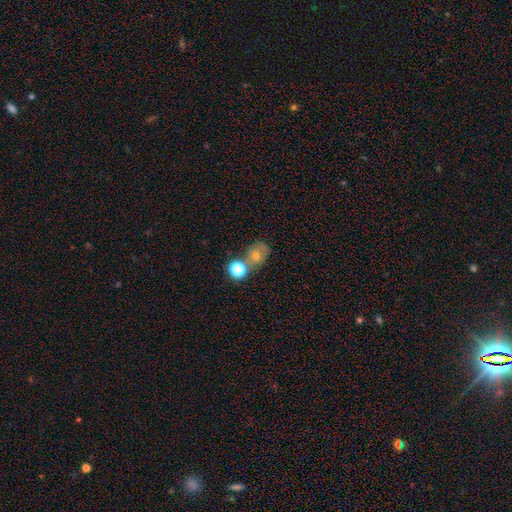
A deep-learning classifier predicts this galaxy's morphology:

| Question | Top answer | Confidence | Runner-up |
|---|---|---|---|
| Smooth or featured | smooth | 53% | featured or disk (26%) |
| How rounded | round | 55% | in between (44%) |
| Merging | none | 46% | merger (31%) |